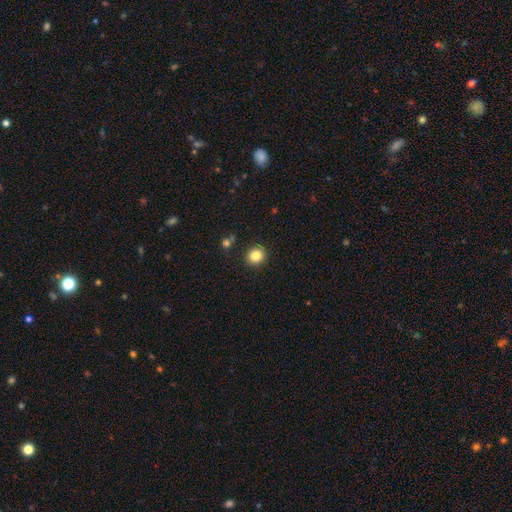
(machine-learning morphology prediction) smooth_or_featured: smooth (p=0.84) [alt: star or artifact p=0.11]
how_rounded: round (p=0.83) [alt: in between p=0.16]
merging: none (p=0.89) [alt: minor disturbance p=0.07]